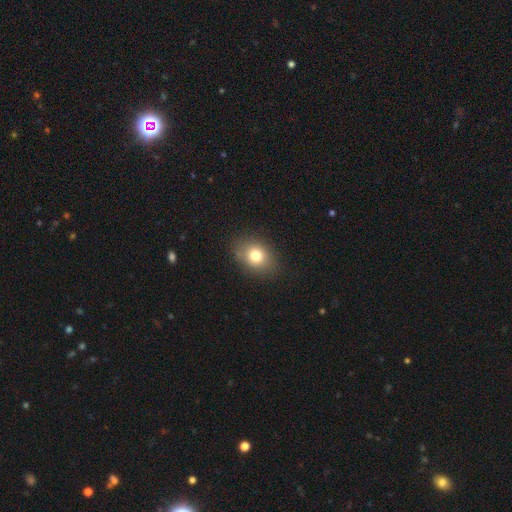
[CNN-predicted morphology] Q: Smooth or featured?
A: smooth (78%); runner-up: featured or disk (11%)
Q: How rounded?
A: in between (59%); runner-up: round (40%)
Q: Merging?
A: none (83%); runner-up: minor disturbance (12%)